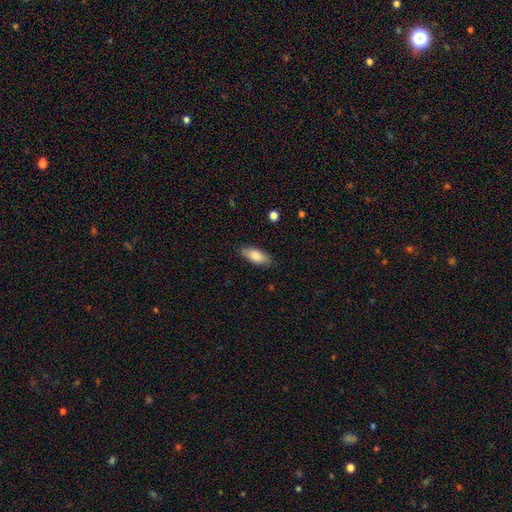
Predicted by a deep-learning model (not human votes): Smooth or featured? smooth (82%)
How rounded? in between (78%)
Merging? none (85%)